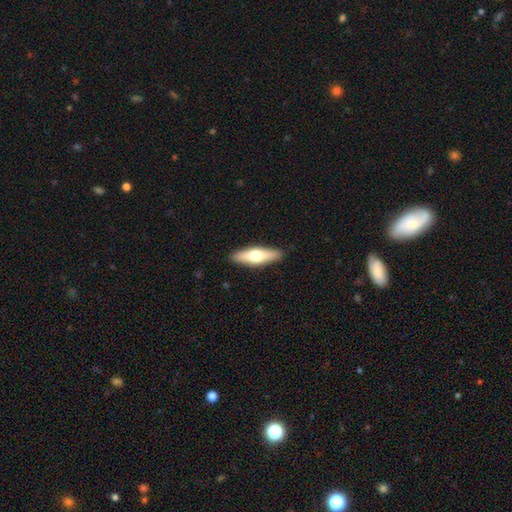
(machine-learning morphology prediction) The model was most divided on "smooth or featured": smooth: 53%, featured or disk: 41%, star or artifact: 5%. More confident: merging — none (90%); how rounded — cigar-shaped (58%).